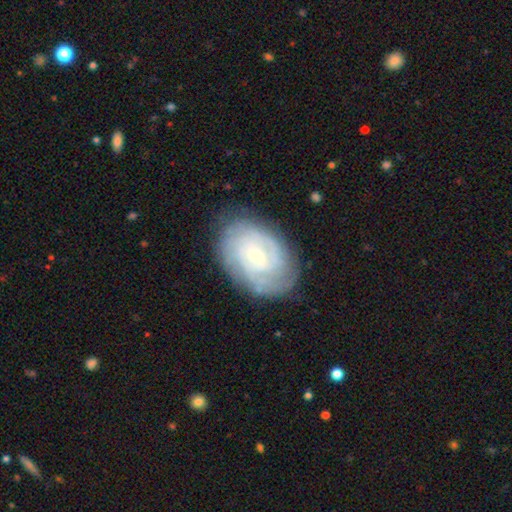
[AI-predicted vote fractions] Overall: featured or disk (79%). Edge-on disk: no (97%). Bar: no (71%). Spiral arms: yes (93%). Spiral arm count: can't tell (45%; 2 17%). Spiral winding: tight (75%). Bulge size: small (75%). Merging: none (78%).